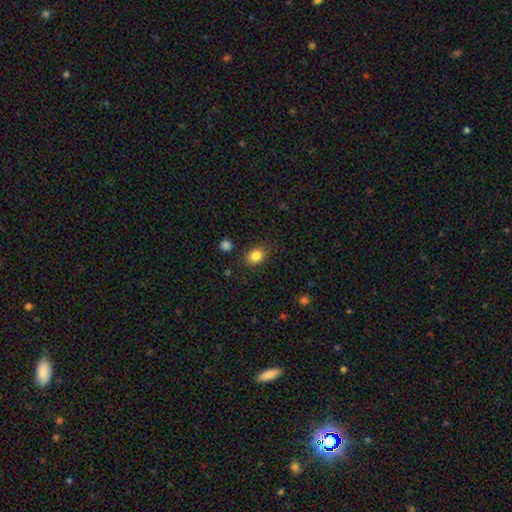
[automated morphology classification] This is clearly a smooth galaxy (84%). How rounded: likely in between (70%). Merging: clearly none (83%).